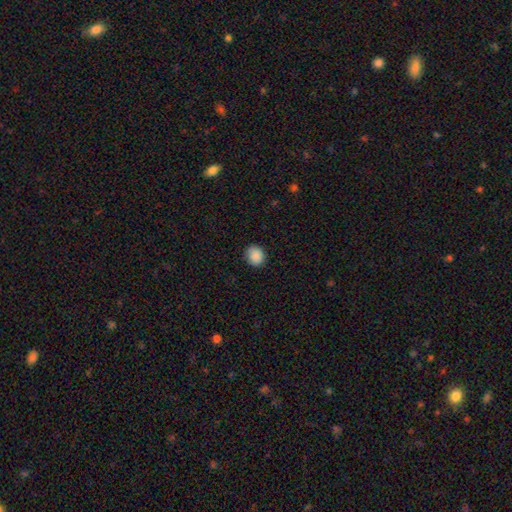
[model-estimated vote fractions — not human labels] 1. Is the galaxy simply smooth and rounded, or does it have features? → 89% smooth, 9% star or artifact, 3% featured or disk.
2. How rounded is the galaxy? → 76% round, 23% in between, 1% cigar-shaped.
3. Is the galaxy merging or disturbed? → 89% none, 8% minor disturbance, 2% major disturbance, 1% merger.